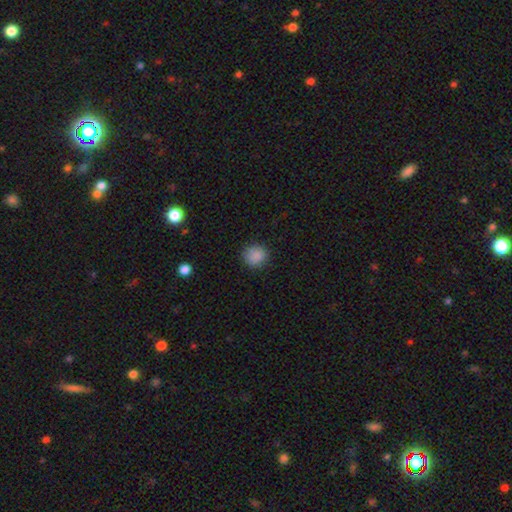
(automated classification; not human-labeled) A smooth galaxy with no disk features (87%) that is round (87%).

Vote fractions:
- Smooth or featured? smooth: 87% / star or artifact: 10% / featured or disk: 3%
- How rounded? round: 87% / in between: 12% / cigar-shaped: 1%
- Merging? none: 87% / minor disturbance: 10% / major disturbance: 3% / merger: 1%